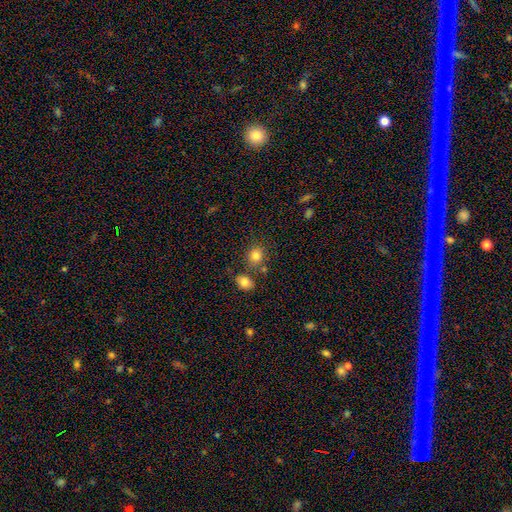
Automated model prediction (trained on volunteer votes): Smooth or featured?
  - smooth: 83% *
  - star or artifact: 11%
  - featured or disk: 6%
How rounded?
  - round: 76% *
  - in between: 23%
  - cigar-shaped: 1%
Merging?
  - none: 72% *
  - merger: 13%
  - minor disturbance: 11%
  - major disturbance: 4%